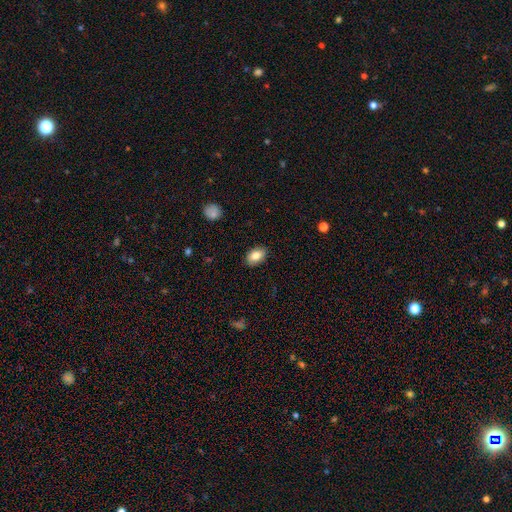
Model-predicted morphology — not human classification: Overall: smooth (83%). How rounded: in between (88%). Merging: none (88%).